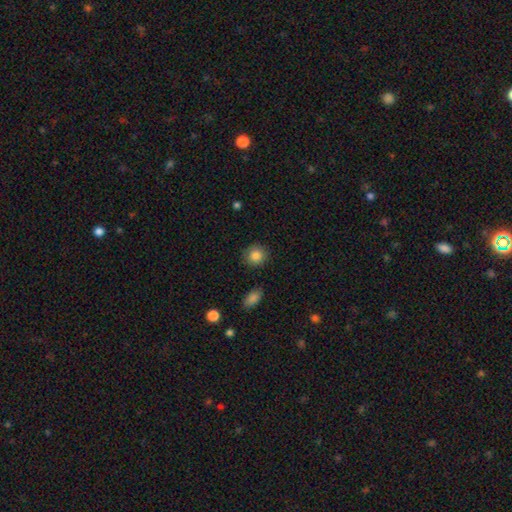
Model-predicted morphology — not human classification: Smooth or featured? Predicted: smooth (p=0.86). How rounded? Predicted: round (p=0.87). Merging? Predicted: none (p=0.88).